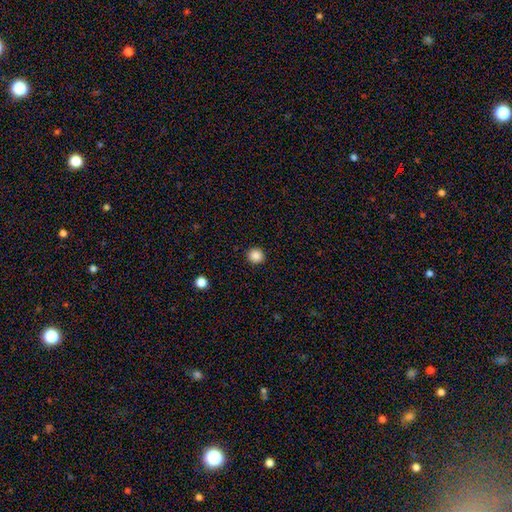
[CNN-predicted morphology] The model was most divided on "smooth or featured": smooth: 87%, star or artifact: 10%, featured or disk: 3%. More confident: how rounded — round (95%); merging — none (93%).